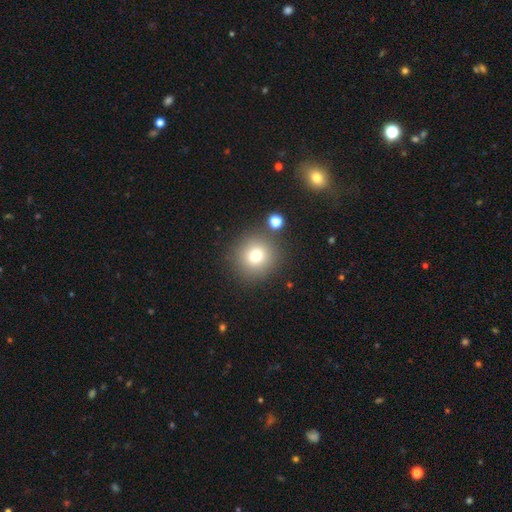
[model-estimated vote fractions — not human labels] Smooth or featured: smooth — 76% (star or artifact — 14%)
How rounded: round — 93% (in between — 6%)
Merging: none — 83% (minor disturbance — 8%)